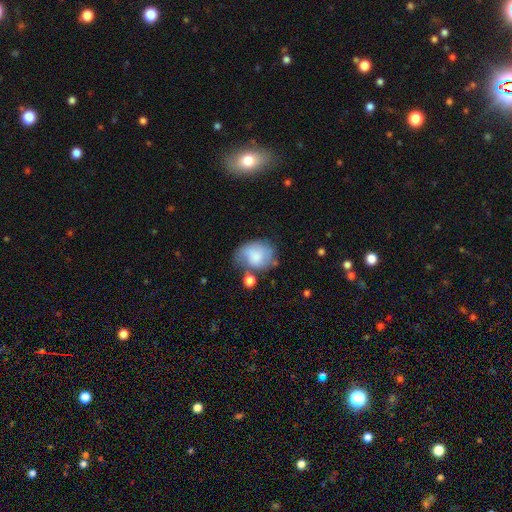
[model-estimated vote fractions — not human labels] smooth 69%, featured or disk 23%, star or artifact 8%. Down the decision tree: how rounded — in between (57%); merging — none (38%).